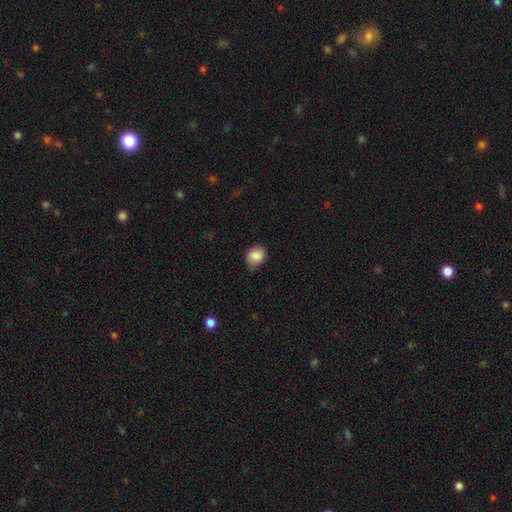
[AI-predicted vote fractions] A smooth galaxy with no disk features (86%) that is round (56%). Merging: none (67%).